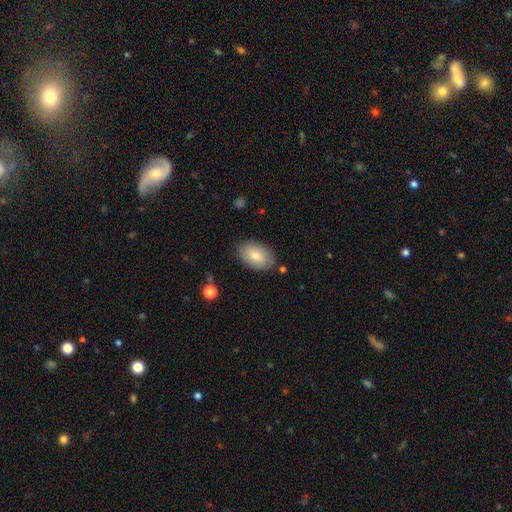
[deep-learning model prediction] This is clearly a smooth galaxy (80%). How rounded: clearly in between (90%). Merging: clearly none (83%).